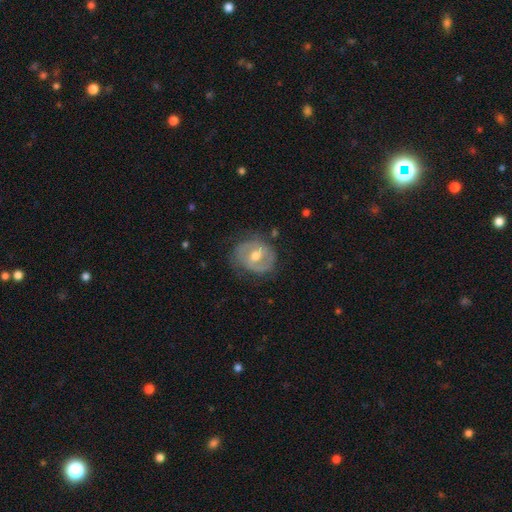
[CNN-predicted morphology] smooth-or-featured: featured or disk: 67% | smooth: 26% | star or artifact: 6%
  disk-edge-on: no: 96% | yes: 4%
    bar: weak: 49% | no: 29% | strong: 22%
    has-spiral-arms: yes: 66% | no: 34%
    bulge-size: moderate: 74% | small: 19% | large: 5% | none: 1% | dominant: 1%
  merging: none: 69% | minor disturbance: 21% | major disturbance: 8% | merger: 2%